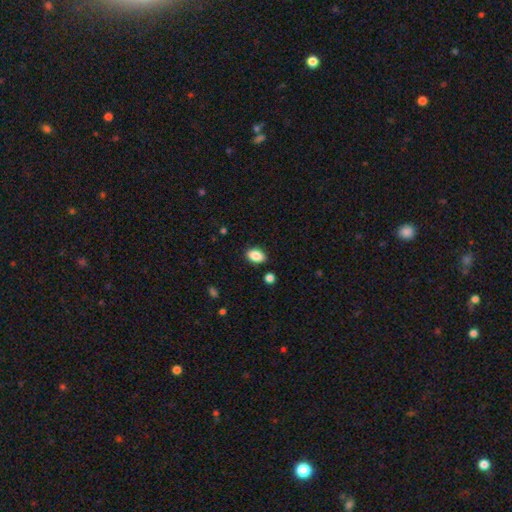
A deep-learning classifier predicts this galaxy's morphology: Smooth or featured? Predicted: smooth (p=0.88). How rounded? Predicted: in between (p=0.89). Merging? Predicted: none (p=0.86).